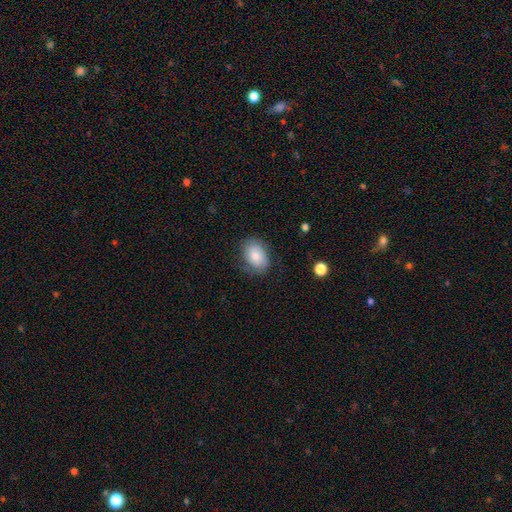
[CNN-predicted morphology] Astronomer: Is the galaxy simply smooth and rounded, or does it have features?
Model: smooth — 78%.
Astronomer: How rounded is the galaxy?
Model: in between — 80%.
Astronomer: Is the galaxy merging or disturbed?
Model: none — 72%.